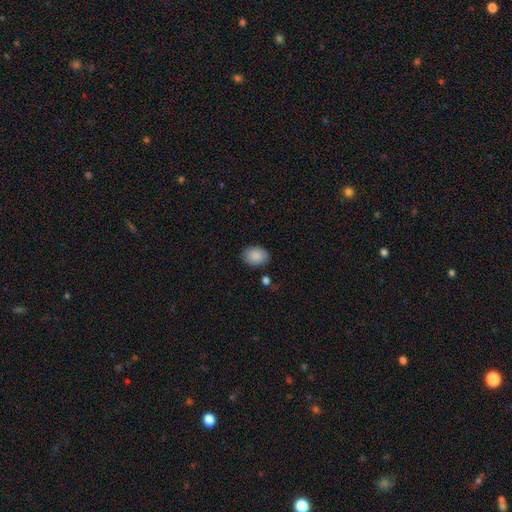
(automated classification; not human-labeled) Morphology: type=smooth (89%); roundness=in between (75%); merging=none (83%).